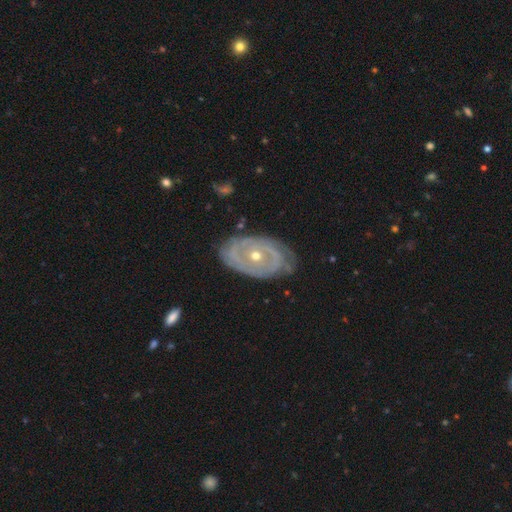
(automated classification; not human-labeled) Smooth or featured? Predicted: featured or disk (p=0.83). Edge-on disk? Predicted: no (p=0.94). Bar? Predicted: no (p=0.80). Spiral arms? Predicted: yes (p=0.80). Spiral winding? Predicted: tight (p=0.72). Spiral arm count? Predicted: can't tell (p=0.40). Bulge size? Predicted: small (p=0.49, tied with moderate). Merging? Predicted: none (p=0.70).